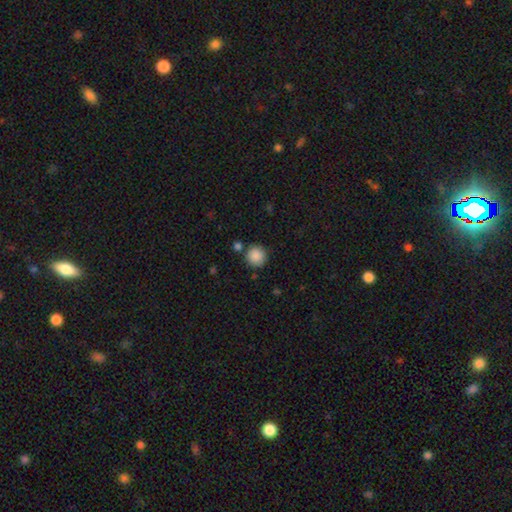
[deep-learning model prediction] Smooth or featured?
  - smooth: 88% *
  - star or artifact: 8%
  - featured or disk: 3%
How rounded?
  - round: 93% *
  - in between: 6%
  - cigar-shaped: 1%
Merging?
  - none: 83% *
  - minor disturbance: 9%
  - merger: 6%
  - major disturbance: 3%